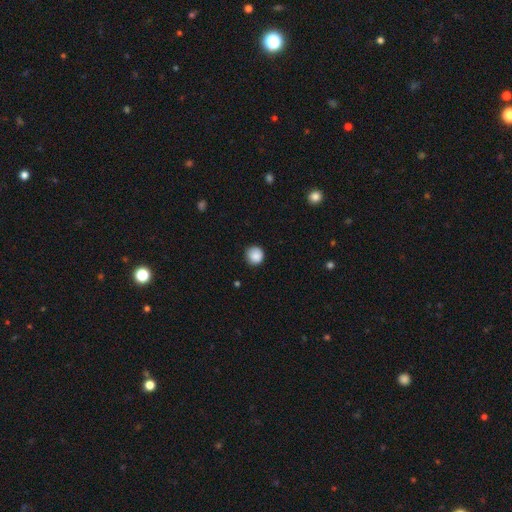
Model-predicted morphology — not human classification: A smooth galaxy with no disk features (87%) that is round (94%).

Vote fractions:
- Smooth or featured? smooth: 87% / star or artifact: 9% / featured or disk: 4%
- How rounded? round: 94% / in between: 5% / cigar-shaped: 1%
- Merging? none: 85% / minor disturbance: 11% / major disturbance: 2% / merger: 1%